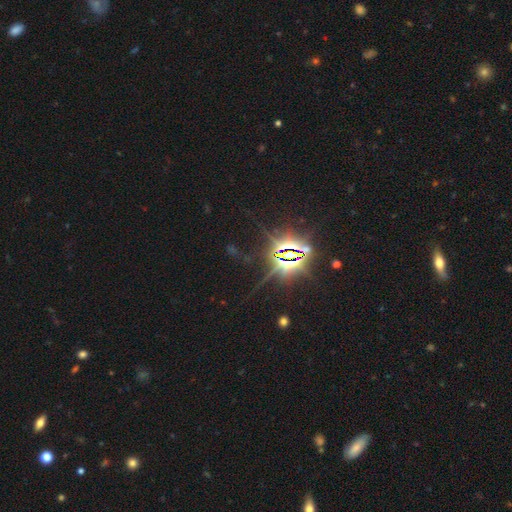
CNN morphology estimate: This is clearly a star or artifact rather than a galaxy (86%).